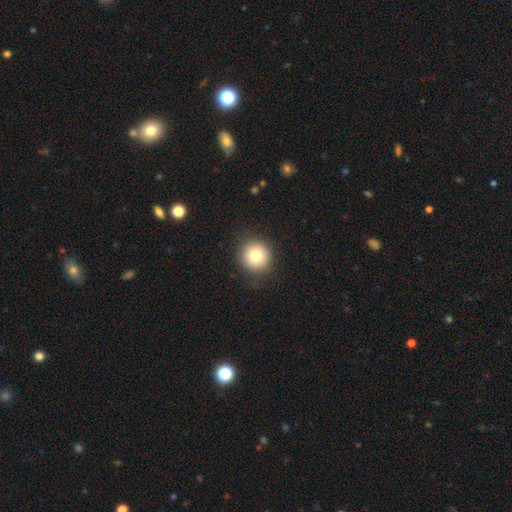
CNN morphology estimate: smooth 82%, star or artifact 10%, featured or disk 9%. Down the decision tree: how rounded — round (94%); merging — none (87%).